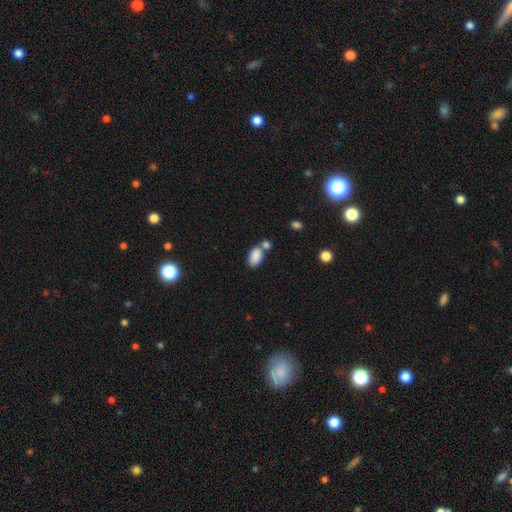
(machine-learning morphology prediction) smooth 86%, star or artifact 8%, featured or disk 6%. Down the decision tree: how rounded — in between (92%); merging — none (48%).